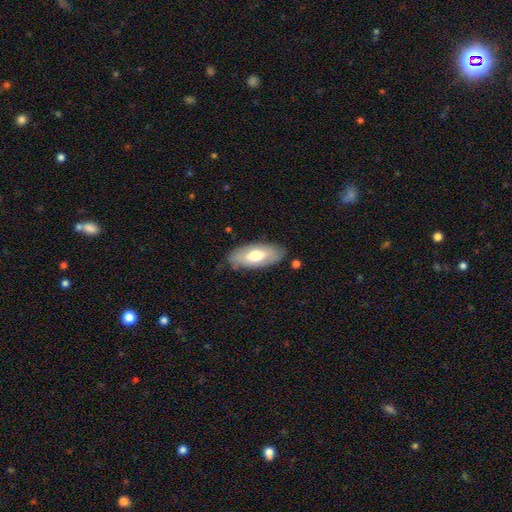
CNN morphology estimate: Smooth or featured? smooth (61%)
How rounded? in between (87%)
Merging? none (79%)